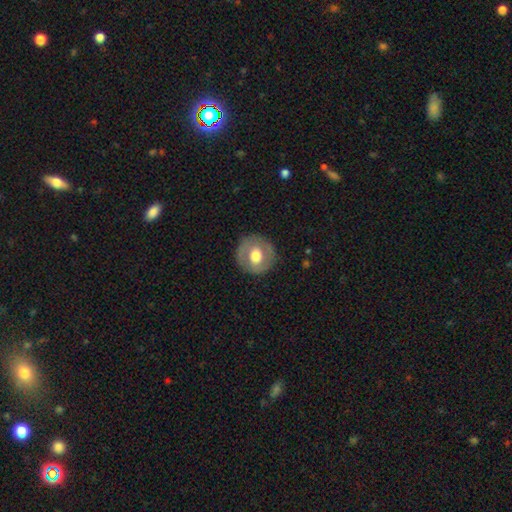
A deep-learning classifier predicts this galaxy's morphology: Smooth or featured?
  - smooth: 53% *
  - featured or disk: 40%
  - star or artifact: 7%
How rounded?
  - round: 89% *
  - in between: 10%
  - cigar-shaped: 1%
Merging?
  - none: 84% *
  - minor disturbance: 11%
  - major disturbance: 4%
  - merger: 1%